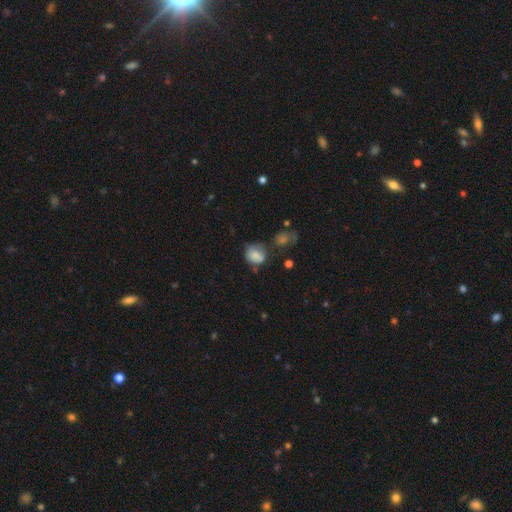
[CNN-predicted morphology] Overall: smooth (75%). How rounded: round (63%; in between 36%). Merging: none (42%; minor disturbance 31%).